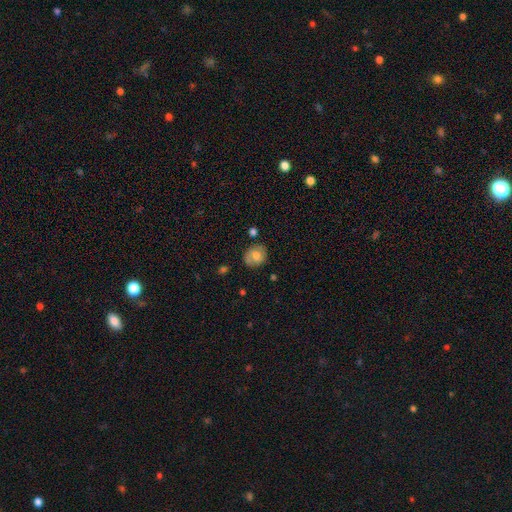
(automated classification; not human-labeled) Smooth or featured: smooth — 65% (featured or disk — 26%)
How rounded: round — 70% (in between — 29%)
Merging: none — 71% (minor disturbance — 20%)